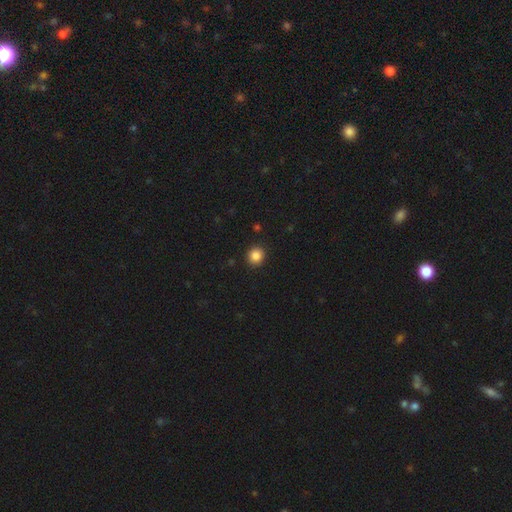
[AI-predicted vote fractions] This is clearly a smooth galaxy (86%). How rounded: clearly round (87%). Merging: clearly none (92%).